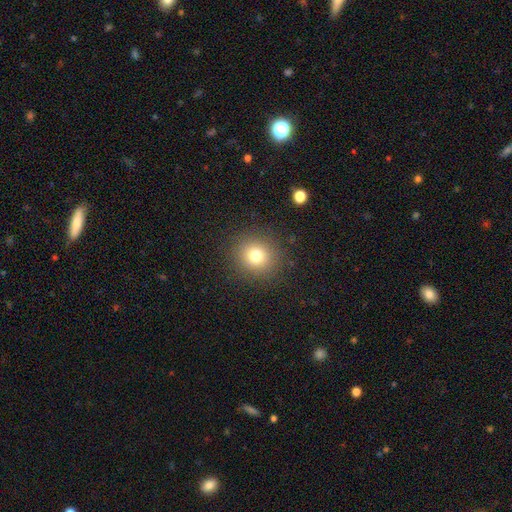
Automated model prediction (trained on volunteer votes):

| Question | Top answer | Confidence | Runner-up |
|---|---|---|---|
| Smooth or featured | smooth | 75% | star or artifact (15%) |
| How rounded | round | 90% | in between (9%) |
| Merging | none | 89% | minor disturbance (7%) |